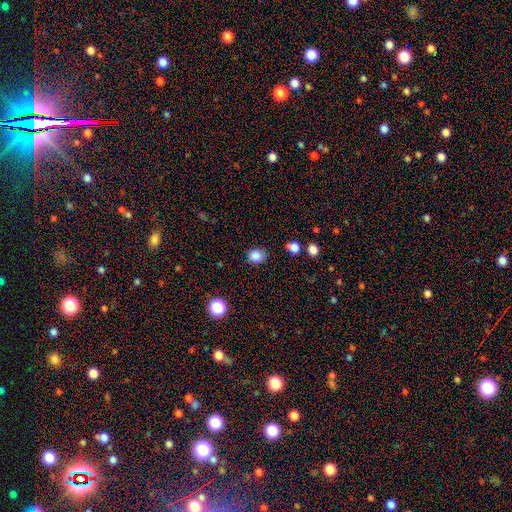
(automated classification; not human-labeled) Overall: smooth (85%). How rounded: round (70%). Merging: none (84%).